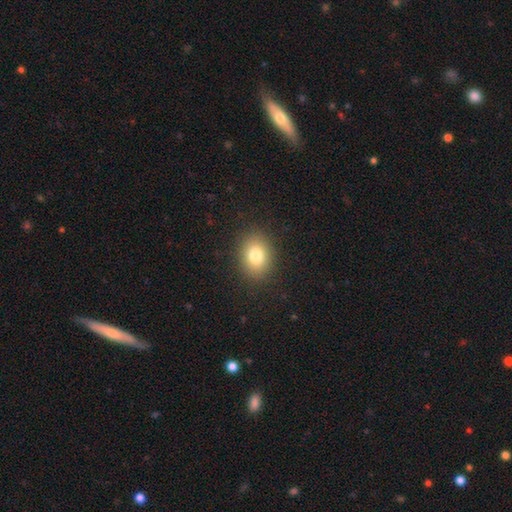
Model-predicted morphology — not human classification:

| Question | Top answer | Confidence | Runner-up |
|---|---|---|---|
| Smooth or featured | smooth | 81% | star or artifact (11%) |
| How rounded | in between | 52% | round (47%) |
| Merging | none | 89% | minor disturbance (7%) |